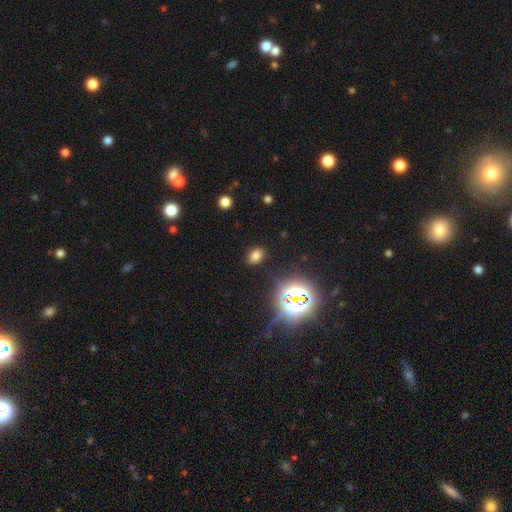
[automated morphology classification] Smooth or featured? smooth (69%)
How rounded? in between (76%)
Merging? none (86%)